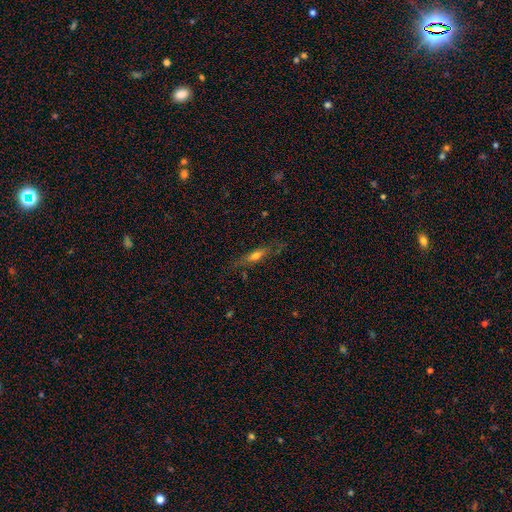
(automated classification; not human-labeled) Smooth or featured?
  - smooth: 50% *
  - featured or disk: 41%
  - star or artifact: 9%
How rounded?
  - cigar-shaped: 66% *
  - in between: 31%
  - round: 3%
Merging?
  - none: 70% *
  - minor disturbance: 20%
  - major disturbance: 8%
  - merger: 2%